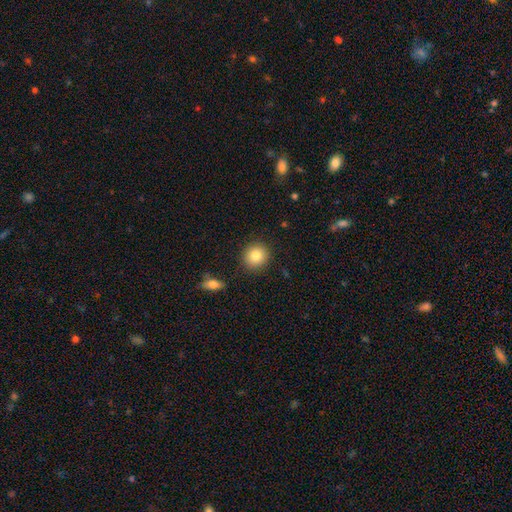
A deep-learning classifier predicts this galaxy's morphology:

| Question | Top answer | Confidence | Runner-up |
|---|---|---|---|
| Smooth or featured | smooth | 84% | star or artifact (9%) |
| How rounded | round | 88% | in between (11%) |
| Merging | none | 88% | minor disturbance (7%) |